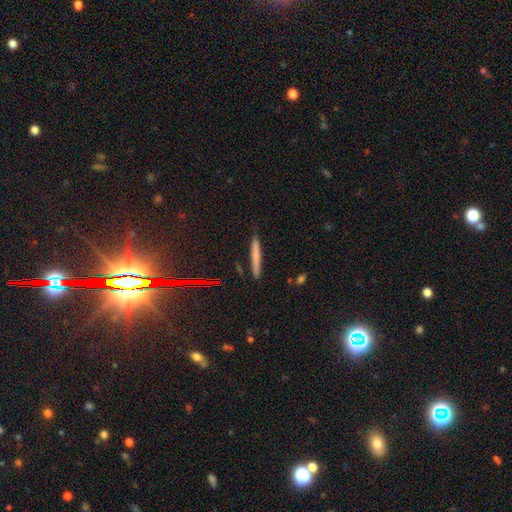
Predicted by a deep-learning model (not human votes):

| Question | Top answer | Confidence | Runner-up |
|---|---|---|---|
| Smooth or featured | smooth | 65% | featured or disk (26%) |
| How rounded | cigar-shaped | 96% | in between (3%) |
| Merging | none | 87% | minor disturbance (9%) |